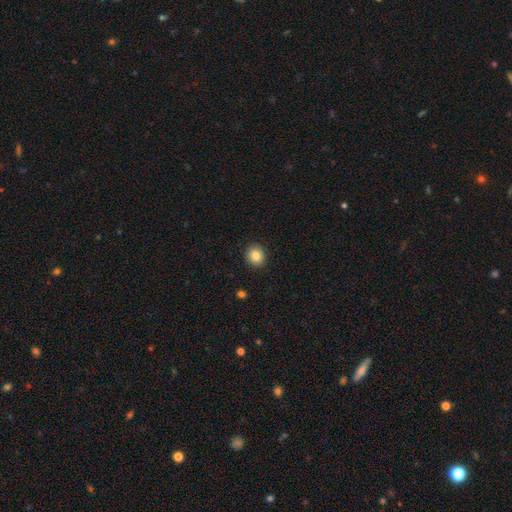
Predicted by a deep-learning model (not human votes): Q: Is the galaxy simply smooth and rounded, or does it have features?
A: smooth — 85%.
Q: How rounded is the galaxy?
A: round — 74%.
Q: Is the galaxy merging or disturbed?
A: none — 91%.